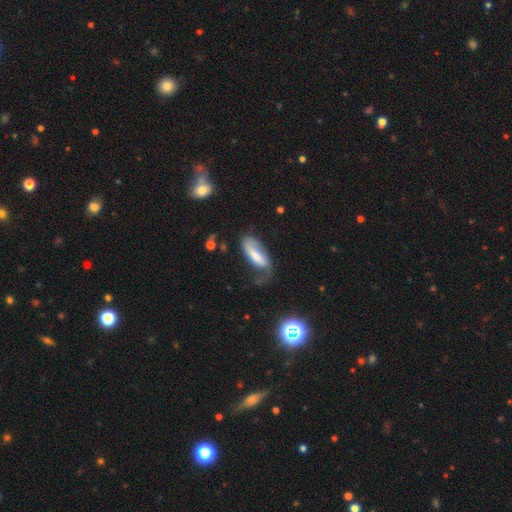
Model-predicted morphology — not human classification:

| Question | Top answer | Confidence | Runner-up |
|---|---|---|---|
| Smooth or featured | smooth | 49% | featured or disk (44%) |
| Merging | none | 34% | major disturbance (33%) |